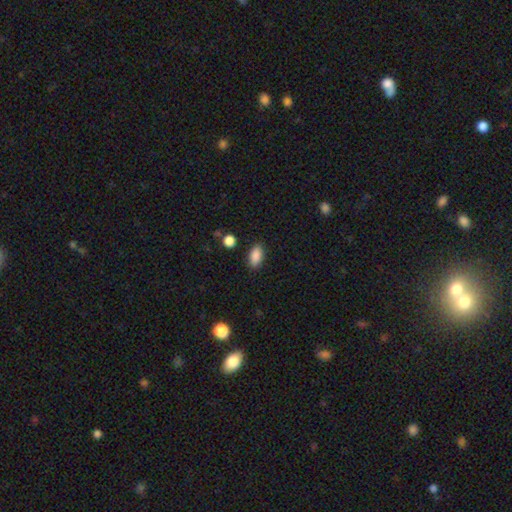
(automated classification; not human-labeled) Smooth or featured? Predicted: smooth (p=0.89). How rounded? Predicted: in between (p=0.90). Merging? Predicted: none (p=0.87).